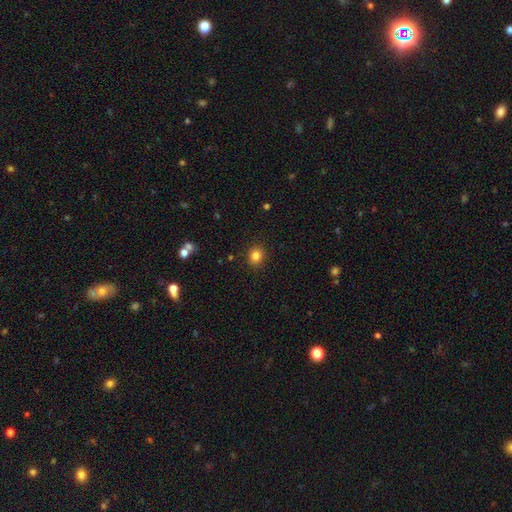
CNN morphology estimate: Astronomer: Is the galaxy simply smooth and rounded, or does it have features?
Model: smooth — 84%.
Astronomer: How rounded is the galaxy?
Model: round — 77%.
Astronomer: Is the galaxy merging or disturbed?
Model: none — 89%.